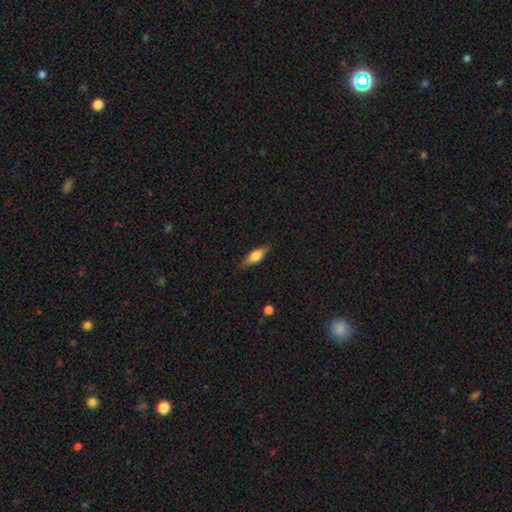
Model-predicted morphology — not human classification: A smooth galaxy with no disk features (48%).

Vote fractions:
- Smooth or featured? smooth: 48% / featured or disk: 45% / star or artifact: 7%
- Merging? none: 86% / minor disturbance: 11% / major disturbance: 3% / merger: 1%